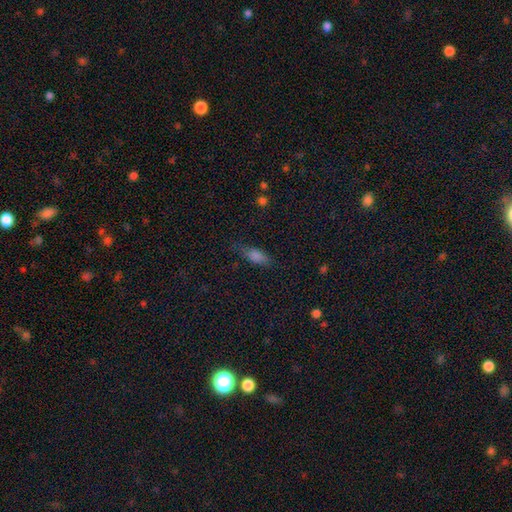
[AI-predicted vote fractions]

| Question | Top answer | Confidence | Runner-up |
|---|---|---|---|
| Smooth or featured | smooth | 73% | featured or disk (15%) |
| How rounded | in between | 67% | cigar-shaped (30%) |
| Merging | none | 69% | minor disturbance (23%) |